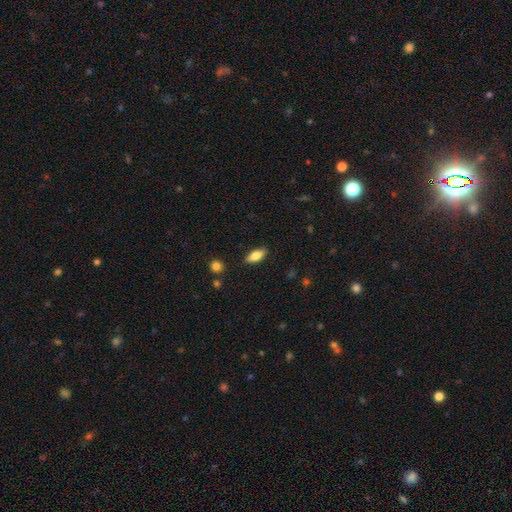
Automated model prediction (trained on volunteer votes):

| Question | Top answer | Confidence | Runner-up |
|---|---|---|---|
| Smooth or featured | smooth | 79% | featured or disk (14%) |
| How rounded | in between | 83% | cigar-shaped (14%) |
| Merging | none | 87% | minor disturbance (9%) |